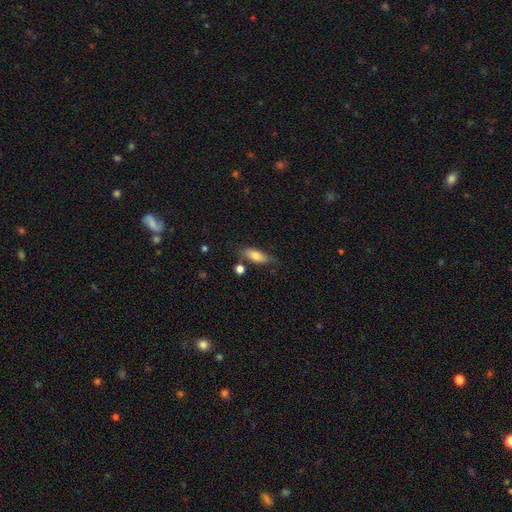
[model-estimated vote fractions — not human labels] Morphology: type=smooth (72%); roundness=in between (71%); merging=none (64%).